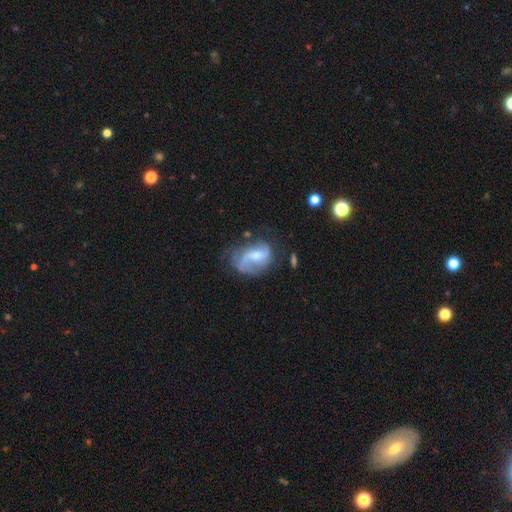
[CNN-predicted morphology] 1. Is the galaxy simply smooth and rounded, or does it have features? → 77% featured or disk, 16% smooth, 7% star or artifact.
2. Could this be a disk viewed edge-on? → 97% no, 3% yes.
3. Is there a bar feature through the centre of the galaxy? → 48% weak, 34% no, 18% strong.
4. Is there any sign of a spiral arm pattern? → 90% yes, 10% no.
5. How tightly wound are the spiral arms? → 48% loose, 39% medium, 13% tight.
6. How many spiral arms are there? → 74% 2, 12% 1, 9% can't tell, 3% 3, 1% 4, 1% more than 4.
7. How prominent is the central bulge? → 53% moderate, 36% small, 5% none, 5% large, 1% dominant.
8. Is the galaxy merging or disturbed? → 50% none, 26% minor disturbance, 20% major disturbance, 4% merger.